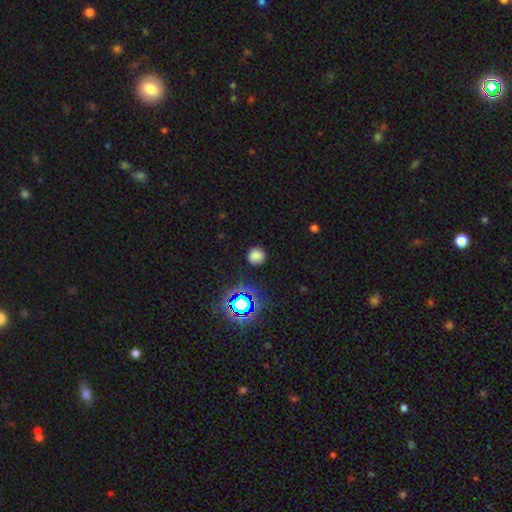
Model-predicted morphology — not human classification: Smooth or featured: smooth — 73% (star or artifact — 20%)
How rounded: round — 89% (in between — 10%)
Merging: none — 86% (minor disturbance — 10%)